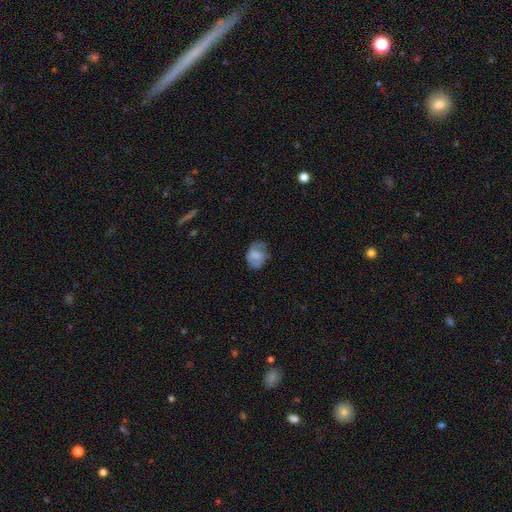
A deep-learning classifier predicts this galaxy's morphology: smooth_or_featured: smooth (p=0.63) [alt: featured or disk p=0.29]
how_rounded: in between (p=0.68) [alt: round p=0.31]
merging: none (p=0.53) [alt: minor disturbance p=0.30]